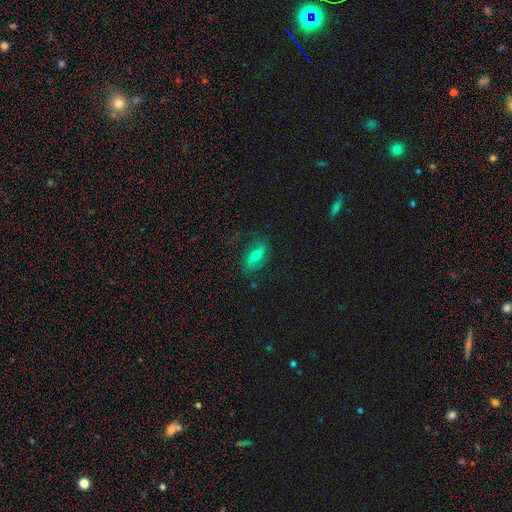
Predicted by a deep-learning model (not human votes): Smooth or featured: featured or disk — 50% (smooth — 39%)
Edge-on disk: no — 87% (yes — 13%)
Merging: none — 71% (minor disturbance — 18%)